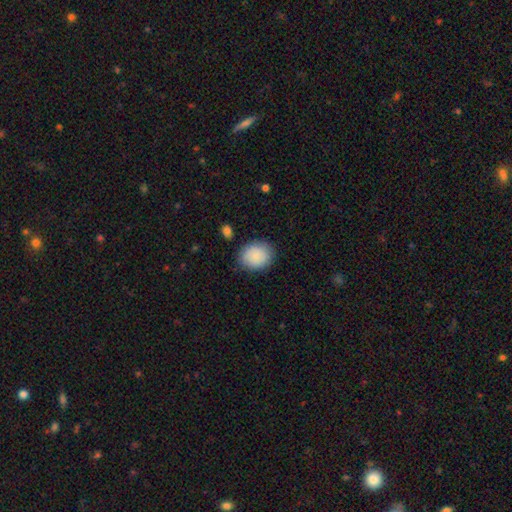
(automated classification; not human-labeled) Smooth or featured? smooth (87%)
How rounded? round (55%)
Merging? none (83%)